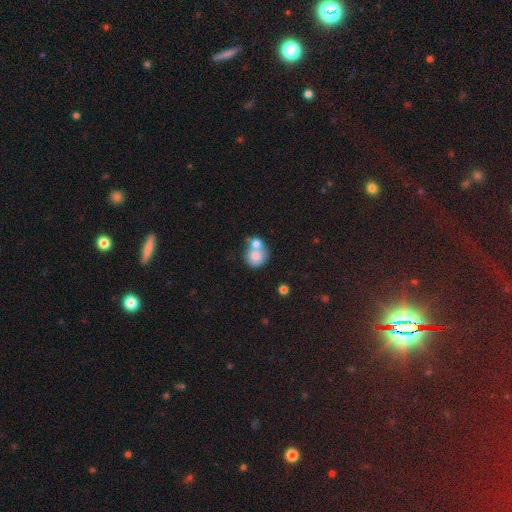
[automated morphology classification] This is likely a smooth galaxy (77%). How rounded: clearly round (80%). Merging: possibly merger (50%).